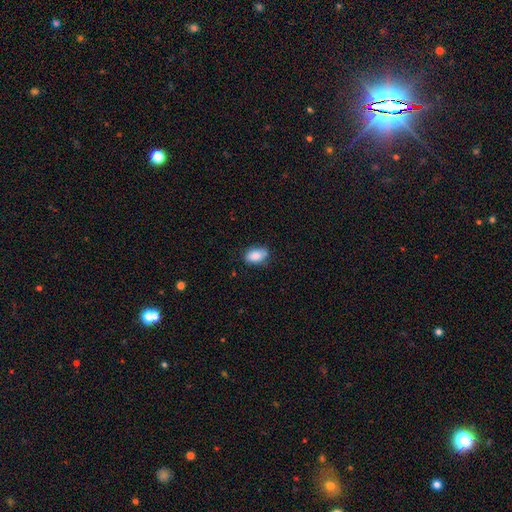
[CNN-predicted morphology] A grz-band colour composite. It shows a smooth galaxy with no disk features (86%) that is in between round and cigar-shaped (90%). Merging: none (73%).